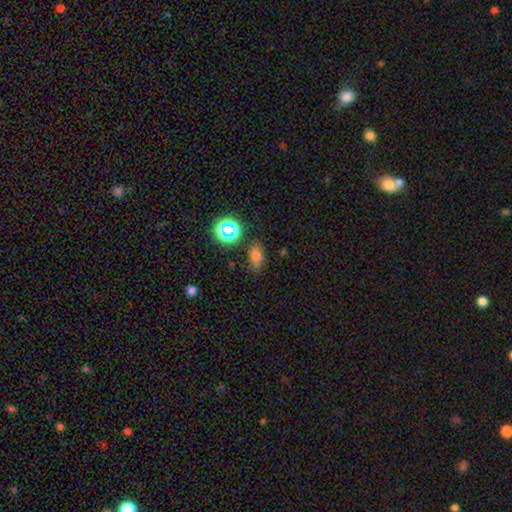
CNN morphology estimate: smooth-or-featured: smooth: 71% | star or artifact: 20% | featured or disk: 9%
  how-rounded: in between: 80% | round: 14% | cigar-shaped: 5%
  merging: none: 74% | minor disturbance: 17% | major disturbance: 5% | merger: 4%